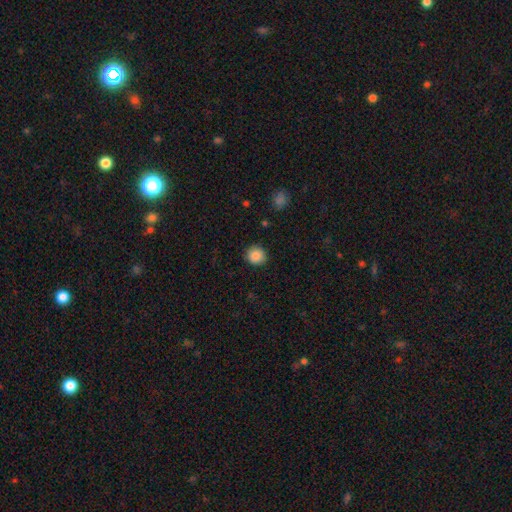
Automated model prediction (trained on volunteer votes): Smooth or featured: smooth — 87% (star or artifact — 9%)
How rounded: round — 90% (in between — 9%)
Merging: none — 89% (minor disturbance — 8%)